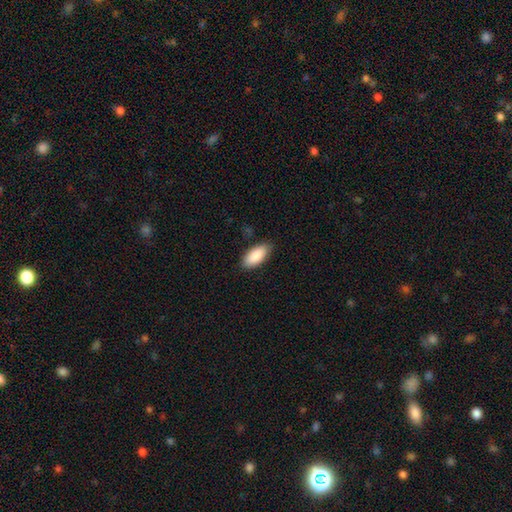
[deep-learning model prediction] A smooth galaxy with no disk features (89%) that is in between round and cigar-shaped (89%). Merging: none (85%).